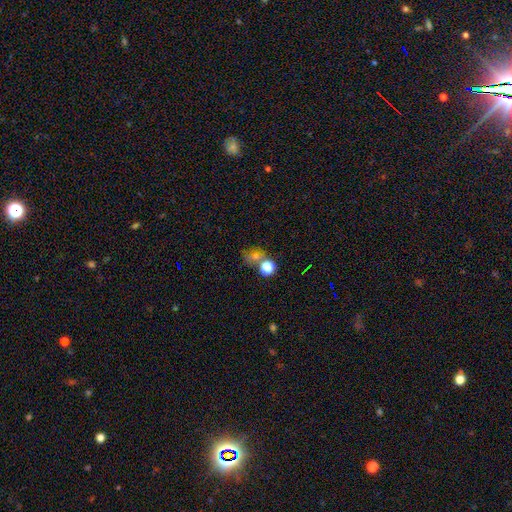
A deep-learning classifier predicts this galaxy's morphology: This is possibly a smooth galaxy (59%). How rounded: possibly round (60%). Merging: possibly none (53%).